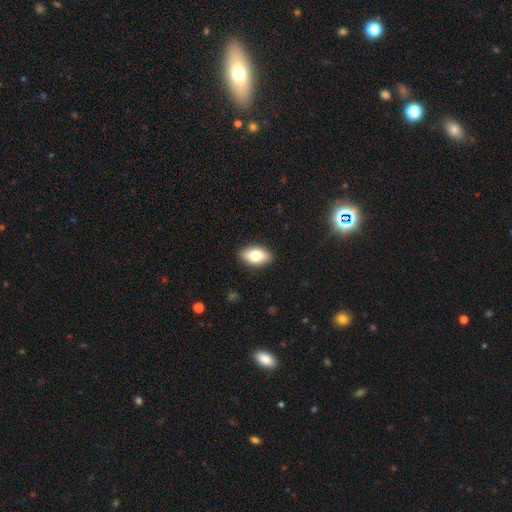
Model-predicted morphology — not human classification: Q: Smooth or featured?
A: smooth (78%); runner-up: featured or disk (15%)
Q: How rounded?
A: in between (91%); runner-up: round (6%)
Q: Merging?
A: none (89%); runner-up: minor disturbance (8%)